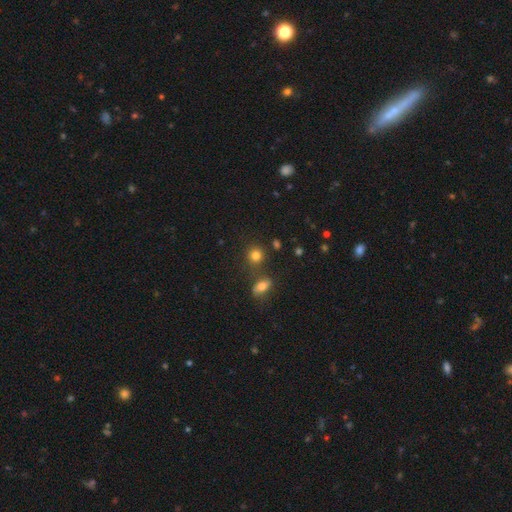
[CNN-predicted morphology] smooth 81%, star or artifact 12%, featured or disk 7%. Down the decision tree: how rounded — round (83%); merging — none (72%).